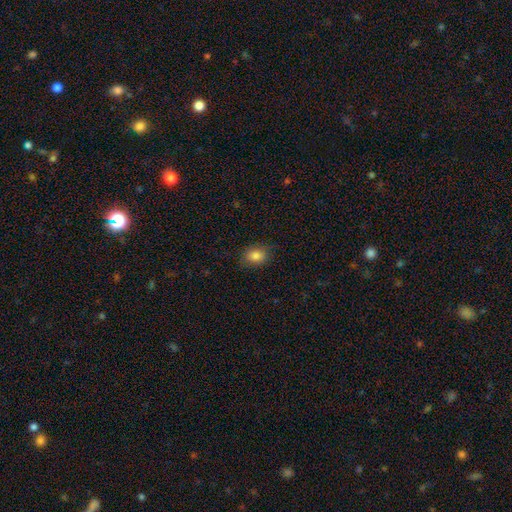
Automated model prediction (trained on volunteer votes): smooth-or-featured: smooth: 84% | star or artifact: 10% | featured or disk: 6%
  how-rounded: in between: 63% | round: 36% | cigar-shaped: 1%
  merging: none: 83% | minor disturbance: 13% | major disturbance: 3% | merger: 1%